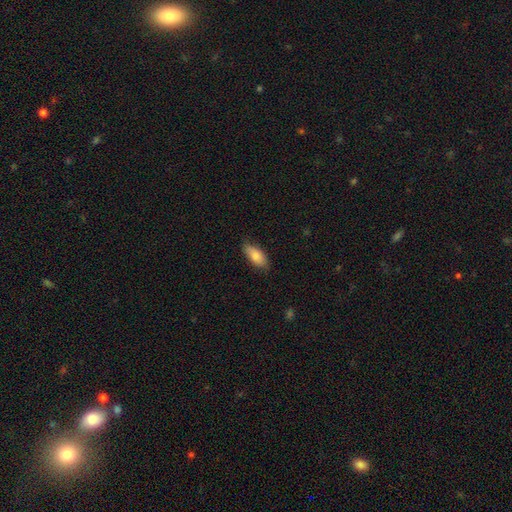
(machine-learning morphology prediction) Q: Smooth or featured?
A: smooth (82%); runner-up: featured or disk (12%)
Q: How rounded?
A: in between (85%); runner-up: cigar-shaped (13%)
Q: Merging?
A: none (78%); runner-up: minor disturbance (18%)